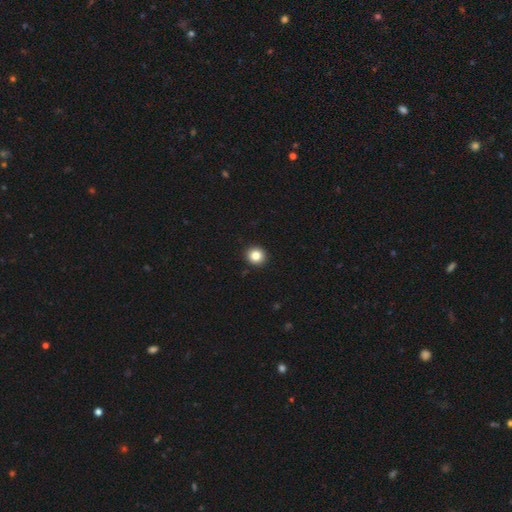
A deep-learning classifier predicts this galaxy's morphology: This appears to be a smooth galaxy with no disk features (84%) that is round (90%). Merging: none (93%).